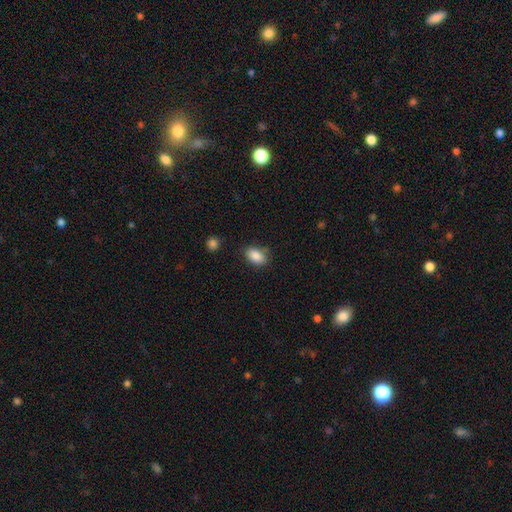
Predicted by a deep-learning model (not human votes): Overall: smooth (87%). How rounded: in between (87%). Merging: none (77%).